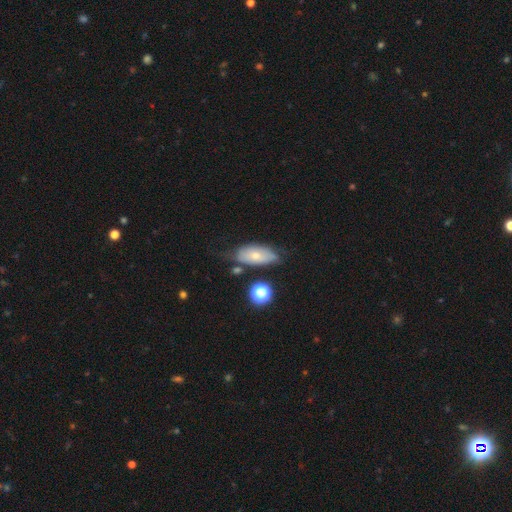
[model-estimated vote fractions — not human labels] smooth 60%, featured or disk 30%, star or artifact 9%. Down the decision tree: how rounded — in between (87%); merging — none (54%).